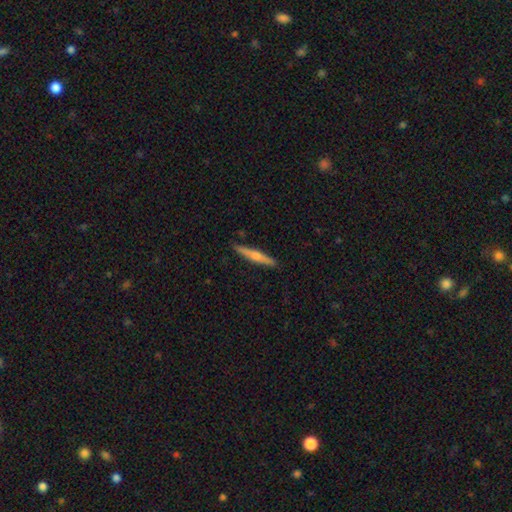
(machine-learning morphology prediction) type=featured or disk (55%); edge-on=yes (97%); edge-on bulge=rounded (83%); merging=none (90%).